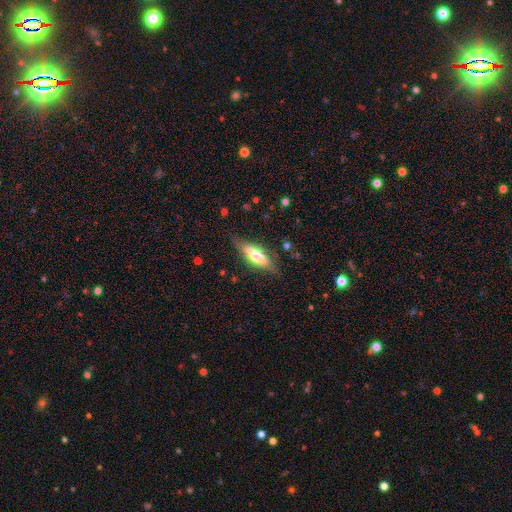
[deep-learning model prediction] Morphology: type=smooth (54%); roundness=cigar-shaped (52%); merging=none (78%).